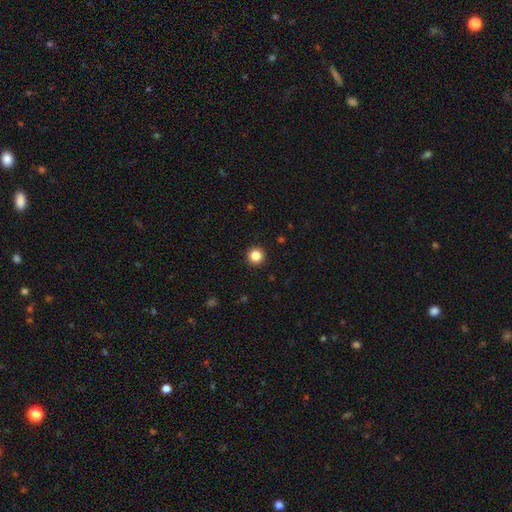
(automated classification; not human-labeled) The model was most divided on "smooth or featured": smooth: 84%, star or artifact: 11%, featured or disk: 5%. More confident: how rounded — round (96%); merging — none (94%).